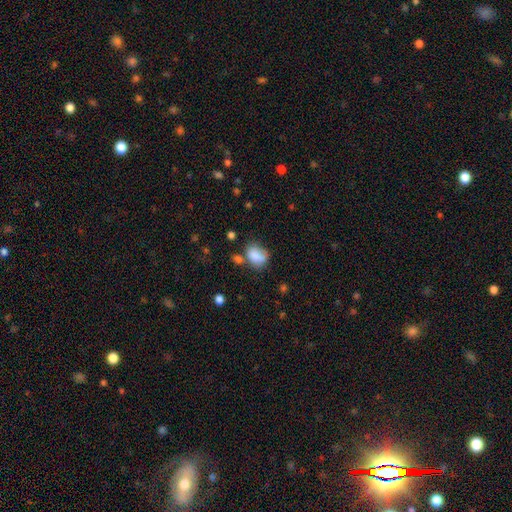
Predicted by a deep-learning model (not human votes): Morphology: type=smooth (82%); roundness=in between (71%); merging=none (47%).